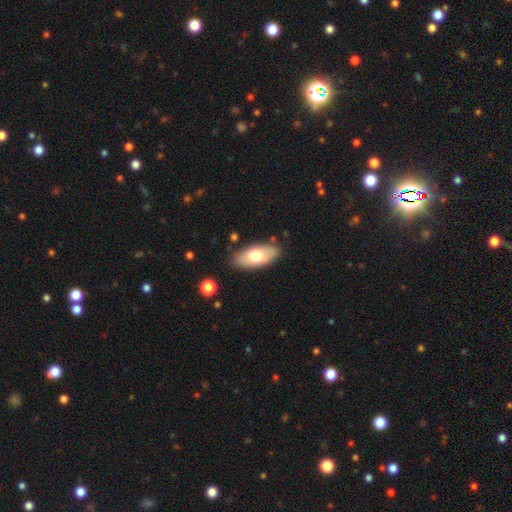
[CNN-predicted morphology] Smooth or featured: smooth — 68% (featured or disk — 26%)
How rounded: in between — 90% (cigar-shaped — 7%)
Merging: none — 82% (minor disturbance — 12%)